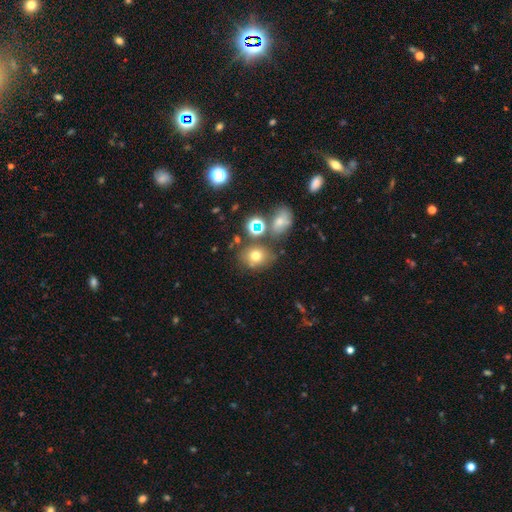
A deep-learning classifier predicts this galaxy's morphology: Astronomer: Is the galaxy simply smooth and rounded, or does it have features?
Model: smooth — 69%.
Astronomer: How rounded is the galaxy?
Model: round — 54% (runner-up: in between, 45%).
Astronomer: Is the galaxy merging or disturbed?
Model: none — 63%.